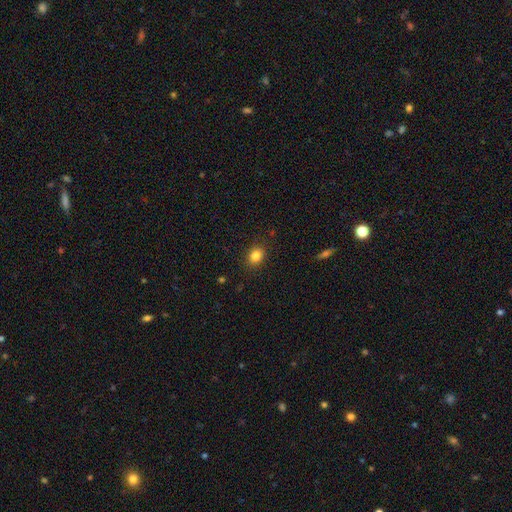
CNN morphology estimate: smooth-or-featured: smooth: 84% | star or artifact: 10% | featured or disk: 6%
  how-rounded: in between: 52% | round: 47% | cigar-shaped: 1%
  merging: none: 88% | minor disturbance: 9% | major disturbance: 2% | merger: 1%